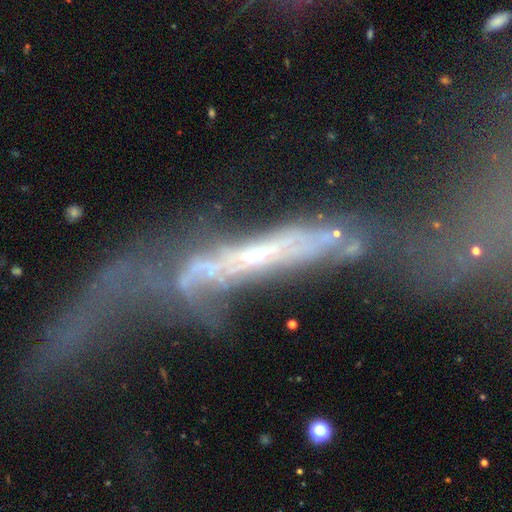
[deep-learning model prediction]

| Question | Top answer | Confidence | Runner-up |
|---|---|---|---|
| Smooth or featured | featured or disk | 67% | smooth (20%) |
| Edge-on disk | no | 53% | yes (47%) |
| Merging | major disturbance | 40% | merger (37%) |